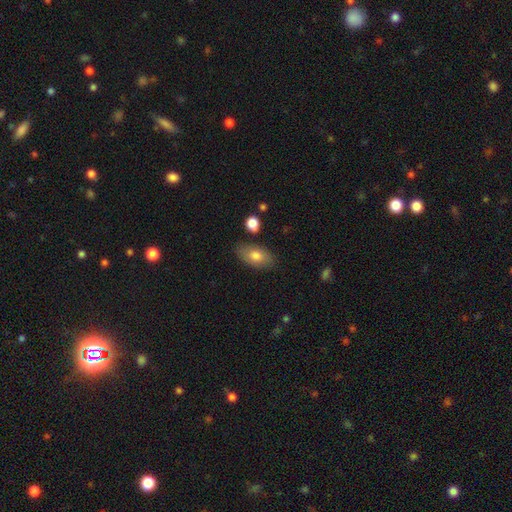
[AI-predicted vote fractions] smooth 76%, featured or disk 17%, star or artifact 7%. Down the decision tree: how rounded — in between (92%); merging — none (78%).